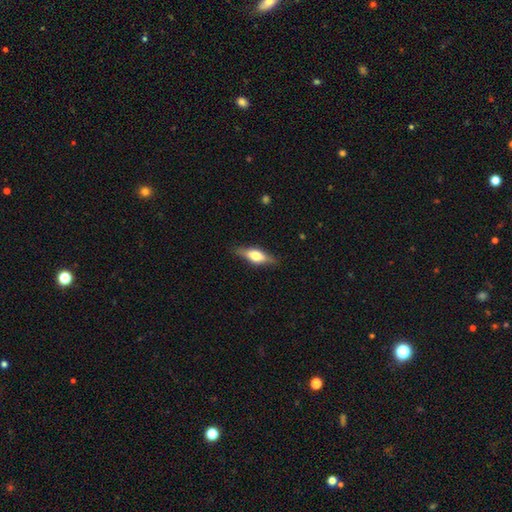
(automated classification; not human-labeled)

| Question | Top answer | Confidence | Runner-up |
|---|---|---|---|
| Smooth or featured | featured or disk | 51% | smooth (42%) |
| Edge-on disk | yes | 92% | no (8%) |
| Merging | none | 85% | minor disturbance (11%) |